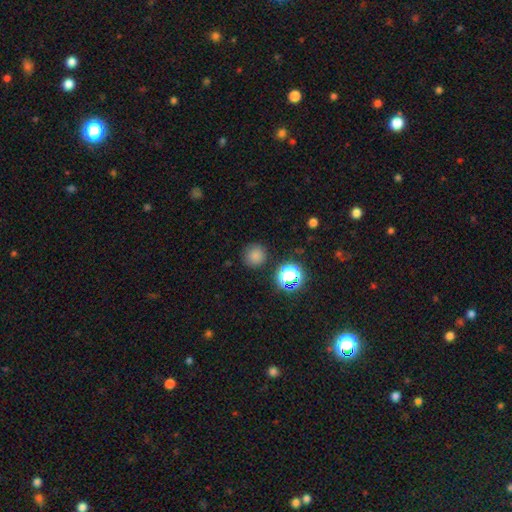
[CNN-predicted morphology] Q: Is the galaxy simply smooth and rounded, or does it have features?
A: smooth — 77%.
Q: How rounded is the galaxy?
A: round — 93%.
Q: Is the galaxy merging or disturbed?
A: none — 86%.